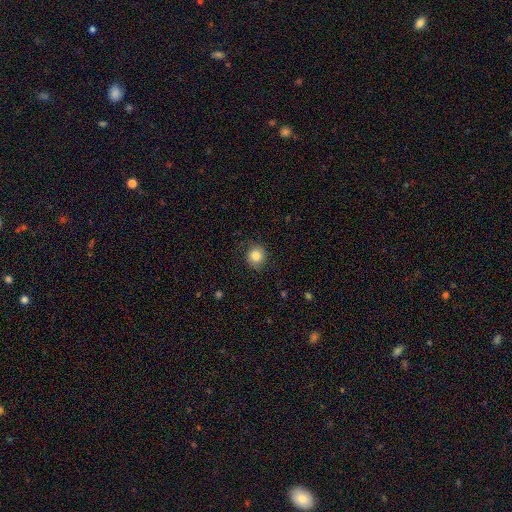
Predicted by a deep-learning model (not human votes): smooth_or_featured: smooth (p=0.82) [alt: featured or disk p=0.09]
how_rounded: round (p=0.86) [alt: in between p=0.13]
merging: none (p=0.80) [alt: minor disturbance p=0.14]